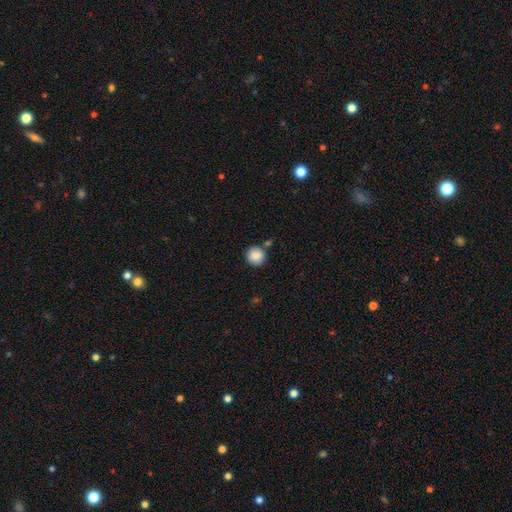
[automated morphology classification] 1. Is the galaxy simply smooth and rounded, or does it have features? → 87% smooth, 8% star or artifact, 5% featured or disk.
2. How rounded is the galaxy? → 91% round, 8% in between, 1% cigar-shaped.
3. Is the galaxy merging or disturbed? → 79% none, 10% minor disturbance, 8% merger, 3% major disturbance.